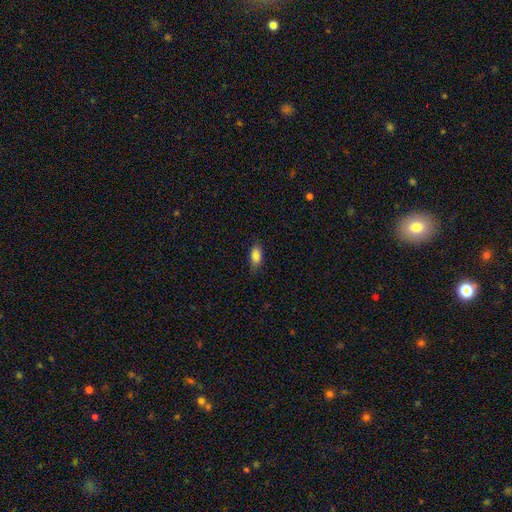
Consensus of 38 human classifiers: This is likely a smooth galaxy (79%). How rounded: clearly in between (87%). Merging: likely none (69%).